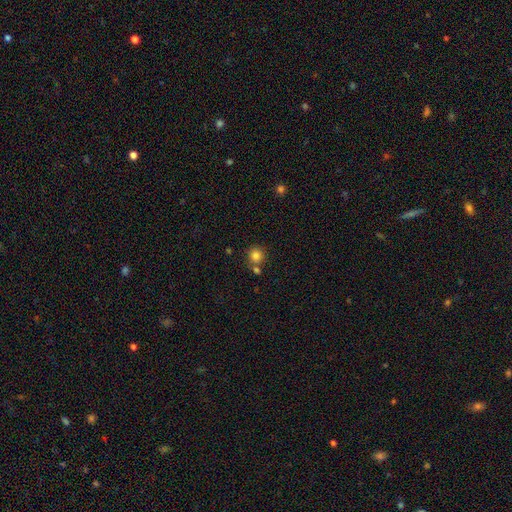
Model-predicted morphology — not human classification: type=smooth (83%); roundness=round (92%); merging=none (70%).